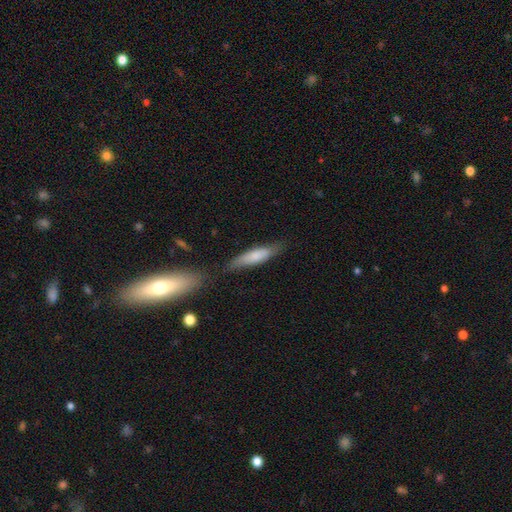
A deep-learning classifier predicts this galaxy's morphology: Smooth or featured: smooth — 73% (featured or disk — 21%)
How rounded: cigar-shaped — 75% (in between — 24%)
Merging: none — 69% (minor disturbance — 21%)